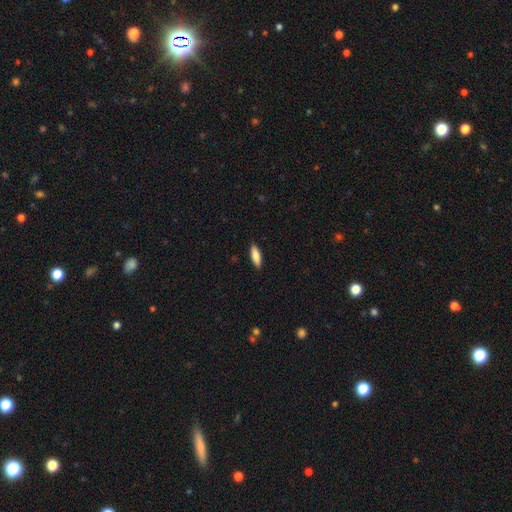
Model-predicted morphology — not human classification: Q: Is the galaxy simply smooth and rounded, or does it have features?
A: smooth — 84%.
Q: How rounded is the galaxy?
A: in between — 52%.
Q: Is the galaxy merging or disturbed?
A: none — 89%.